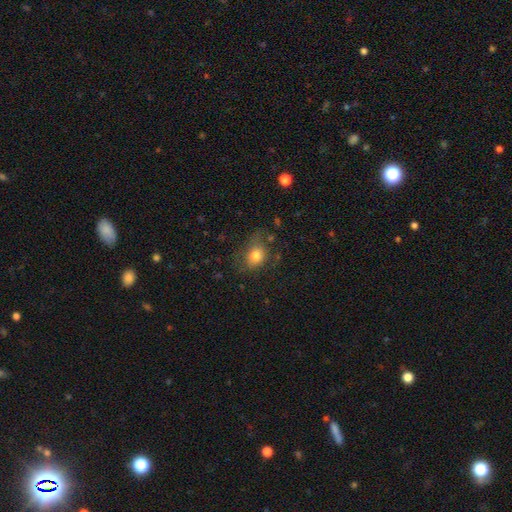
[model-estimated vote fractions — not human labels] This appears to be a smooth galaxy with no disk features (76%) that is in between round and cigar-shaped (53%). Merging: none (58%).